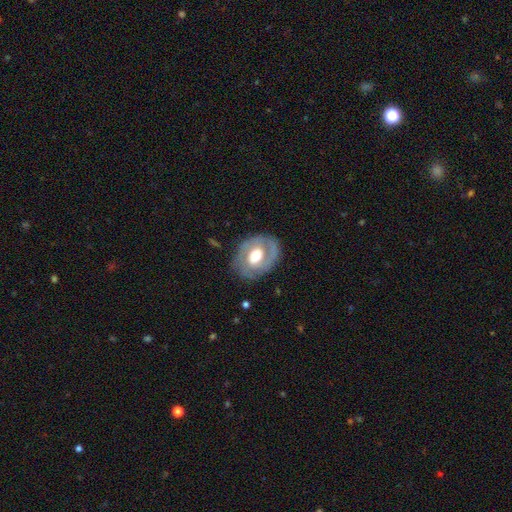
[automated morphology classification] The model was most divided on "spiral arms": yes: 56%, no: 44%. More confident: edge-on disk — no (96%); merging — none (75%); smooth or featured — featured or disk (67%); bulge size — moderate (59%); bar — no (54%).